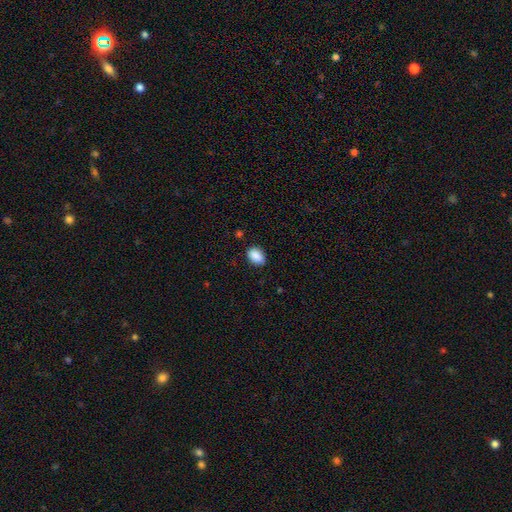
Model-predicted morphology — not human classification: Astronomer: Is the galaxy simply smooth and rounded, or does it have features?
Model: smooth — 90%.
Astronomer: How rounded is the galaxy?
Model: in between — 86%.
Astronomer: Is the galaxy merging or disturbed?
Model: none — 83%.